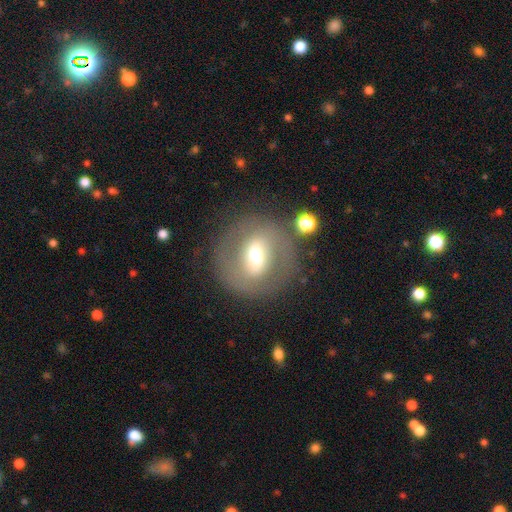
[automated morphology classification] This is possibly a featured or disk galaxy (60%). It is clearly not viewed edge-on (93%). Bar: marginally weak (44%). Spiral arm pattern: possibly no (51%). Central bulge: likely moderate (61%). Merging: likely none (77%).